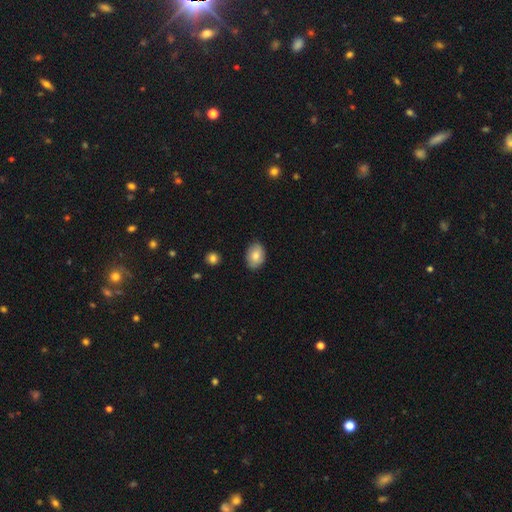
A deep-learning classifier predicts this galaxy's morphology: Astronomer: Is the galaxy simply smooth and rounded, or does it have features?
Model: smooth — 78%.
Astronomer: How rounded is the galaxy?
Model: in between — 79%.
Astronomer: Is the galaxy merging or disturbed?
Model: none — 84%.